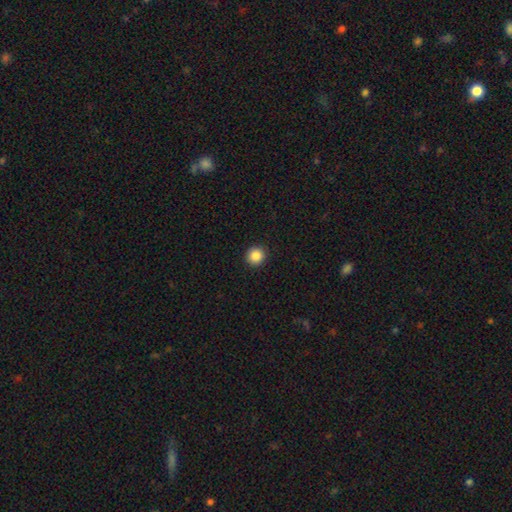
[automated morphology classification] Smooth or featured? Predicted: smooth (p=0.87). How rounded? Predicted: round (p=0.94). Merging? Predicted: none (p=0.93).